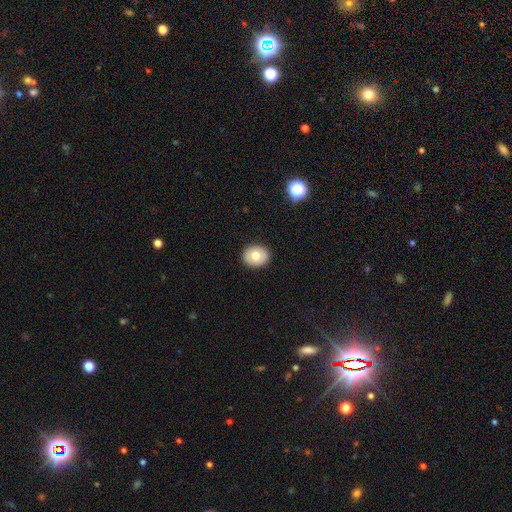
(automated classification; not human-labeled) Smooth or featured? smooth (68%)
How rounded? round (63%)
Merging? none (90%)